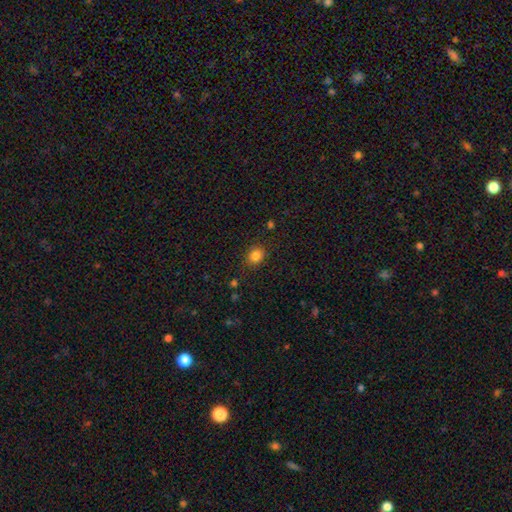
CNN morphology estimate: This appears to be a smooth galaxy with no disk features (83%) that is round (64%). Merging: none (85%).